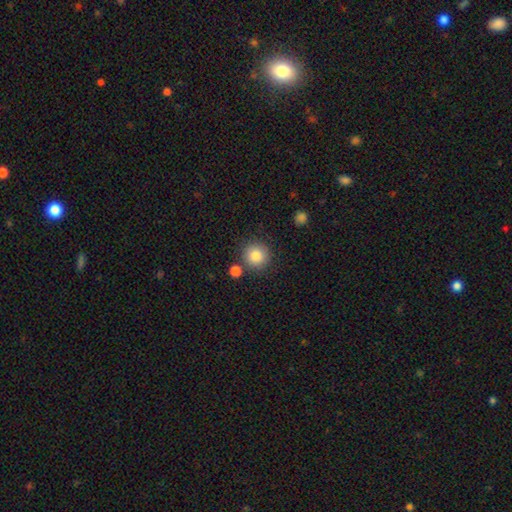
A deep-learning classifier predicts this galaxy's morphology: Smooth or featured? Predicted: smooth (p=0.85). How rounded? Predicted: round (p=0.94). Merging? Predicted: none (p=0.82).